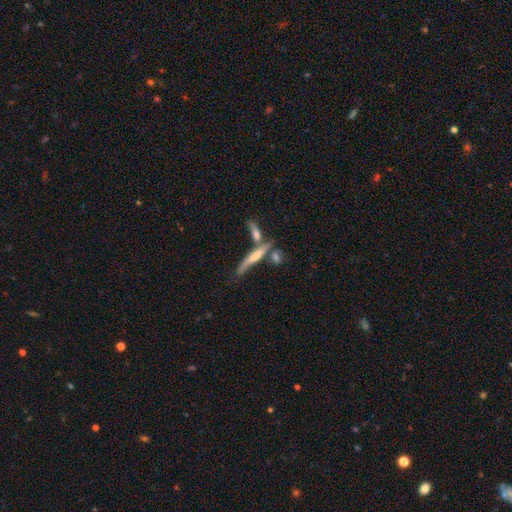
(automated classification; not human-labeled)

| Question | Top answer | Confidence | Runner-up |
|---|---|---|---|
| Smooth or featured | featured or disk | 57% | smooth (34%) |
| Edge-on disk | yes | 86% | no (14%) |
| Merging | none | 49% | merger (29%) |